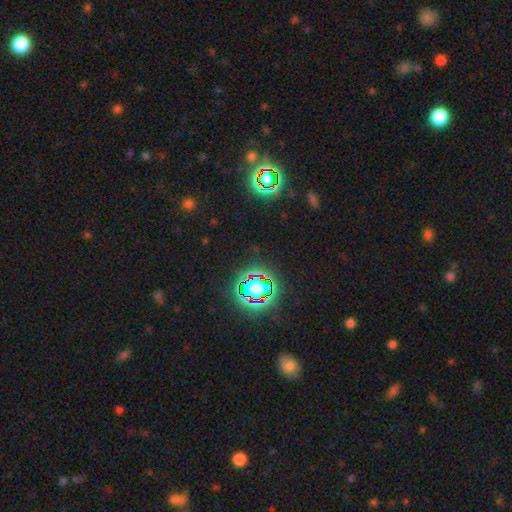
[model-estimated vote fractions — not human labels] star or artifact 79%, smooth 13%, featured or disk 8%.